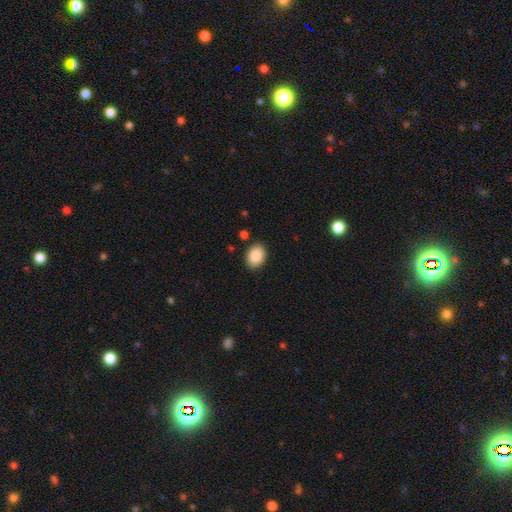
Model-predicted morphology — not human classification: A smooth galaxy with no disk features (88%) that is in between round and cigar-shaped (70%).

Vote fractions:
- Smooth or featured? smooth: 88% / star or artifact: 7% / featured or disk: 5%
- How rounded? in between: 70% / round: 29% / cigar-shaped: 1%
- Merging? none: 87% / minor disturbance: 8% / major disturbance: 2% / merger: 2%